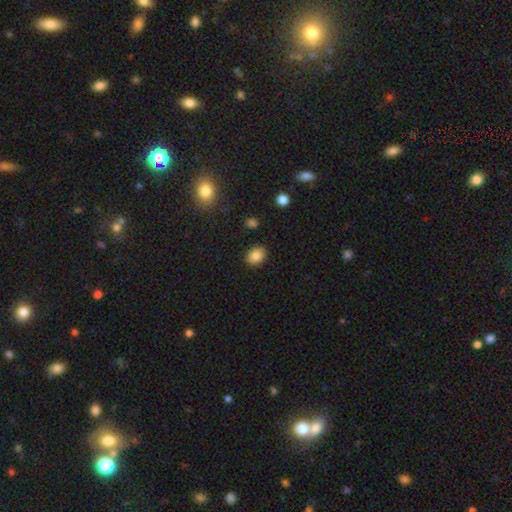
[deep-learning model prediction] Q: Smooth or featured?
A: smooth (85%); runner-up: star or artifact (10%)
Q: How rounded?
A: in between (60%); runner-up: round (39%)
Q: Merging?
A: none (88%); runner-up: minor disturbance (8%)